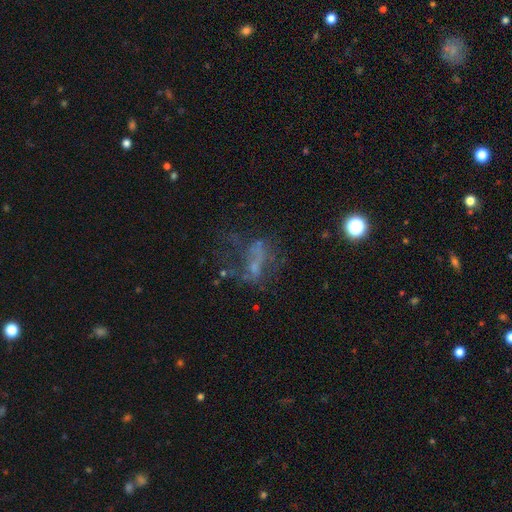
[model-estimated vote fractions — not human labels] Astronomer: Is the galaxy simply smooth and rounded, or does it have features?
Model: featured or disk — 44% (runner-up: star or artifact, 33%).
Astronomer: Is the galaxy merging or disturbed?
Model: none — 41% (runner-up: major disturbance, 34%).